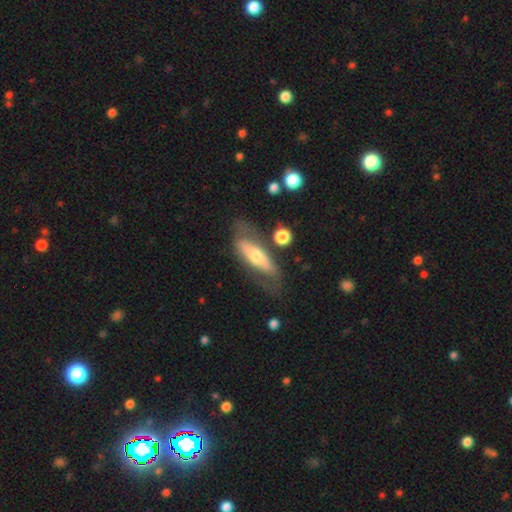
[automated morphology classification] smooth_or_featured: featured or disk (p=0.56) [alt: smooth p=0.38]
disk_edge_on: no (p=0.63) [alt: yes p=0.37]
merging: none (p=0.61) [alt: minor disturbance p=0.21]